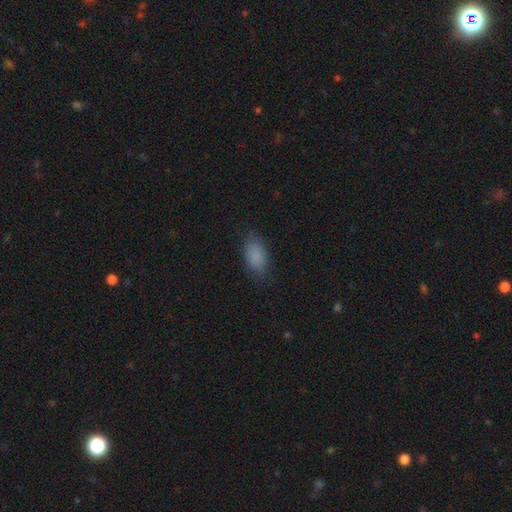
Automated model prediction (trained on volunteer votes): Smooth or featured: smooth — 86% (star or artifact — 8%)
How rounded: in between — 91% (round — 5%)
Merging: none — 79% (minor disturbance — 16%)